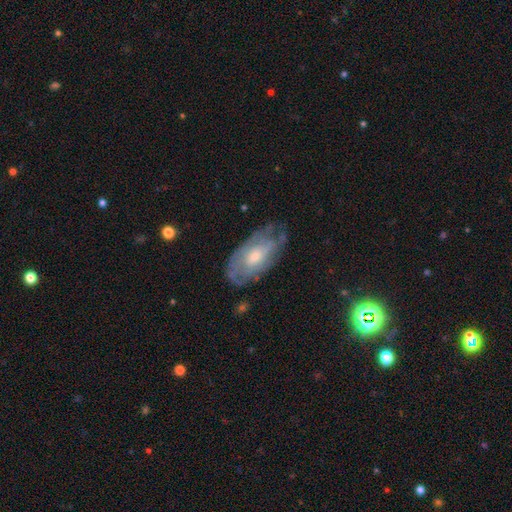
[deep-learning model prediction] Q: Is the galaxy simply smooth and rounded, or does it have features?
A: featured or disk — 65%.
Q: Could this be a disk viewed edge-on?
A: no — 91%.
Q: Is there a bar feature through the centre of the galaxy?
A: no — 72%.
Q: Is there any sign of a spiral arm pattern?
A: yes — 67%.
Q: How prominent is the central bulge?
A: moderate — 51%.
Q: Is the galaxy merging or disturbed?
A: none — 64%.